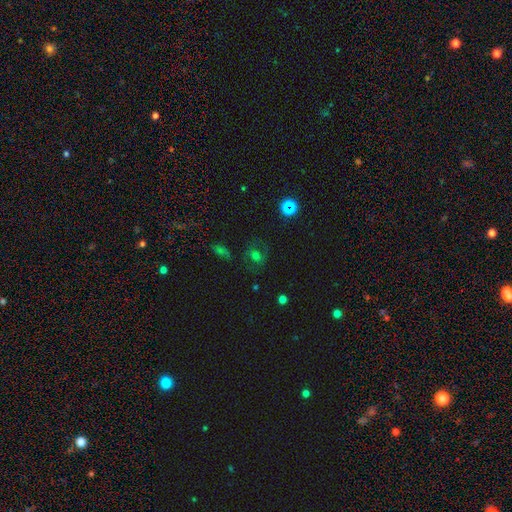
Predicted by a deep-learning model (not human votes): Q: Smooth or featured?
A: smooth (44%); runner-up: featured or disk (30%)
Q: Merging?
A: none (70%); runner-up: minor disturbance (16%)